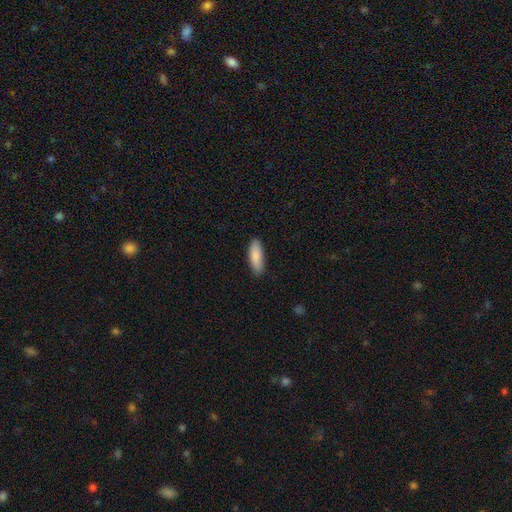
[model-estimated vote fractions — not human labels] The model was most divided on "how rounded": in between: 63%, cigar-shaped: 36%, round: 2%. More confident: smooth or featured — smooth (88%); merging — none (87%).